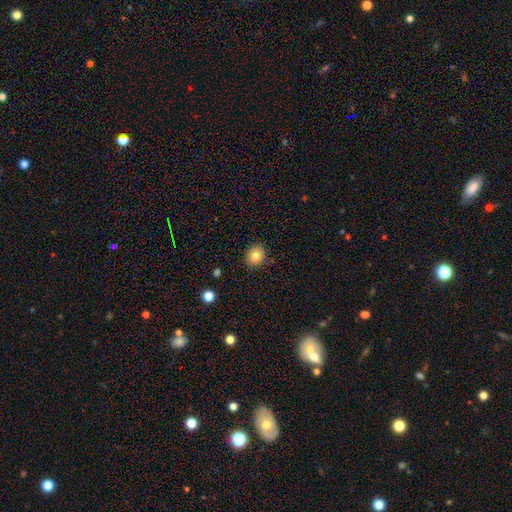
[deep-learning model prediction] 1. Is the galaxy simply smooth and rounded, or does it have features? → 79% smooth, 11% star or artifact, 10% featured or disk.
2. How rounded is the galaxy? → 76% round, 23% in between, 1% cigar-shaped.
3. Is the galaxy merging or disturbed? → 88% none, 9% minor disturbance, 2% major disturbance, 1% merger.